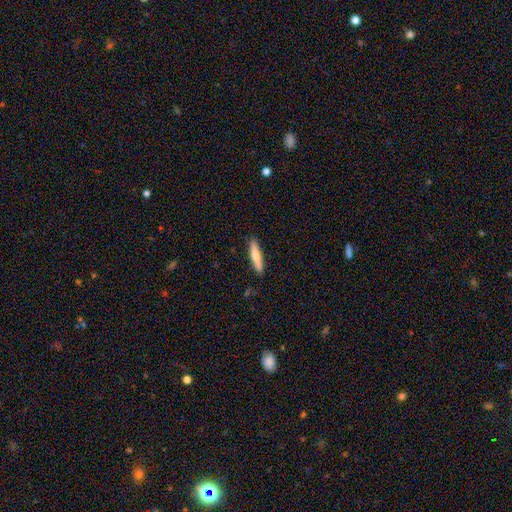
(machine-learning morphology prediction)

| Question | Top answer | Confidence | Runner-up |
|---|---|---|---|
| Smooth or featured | smooth | 62% | featured or disk (32%) |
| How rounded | cigar-shaped | 86% | in between (12%) |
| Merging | none | 89% | minor disturbance (8%) |